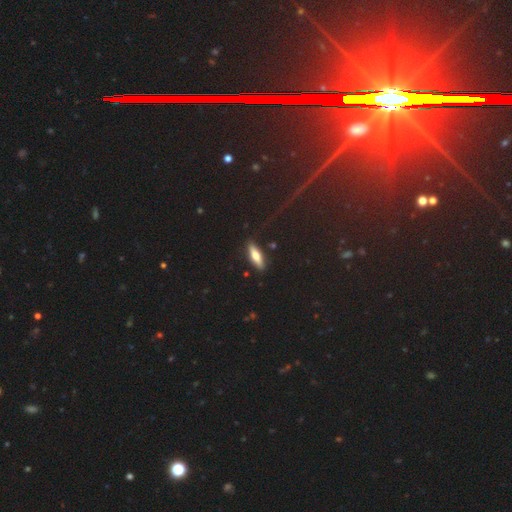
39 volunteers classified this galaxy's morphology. Smooth or featured? smooth (46%)
How rounded? cigar-shaped (72%)
Merging? none (74%)